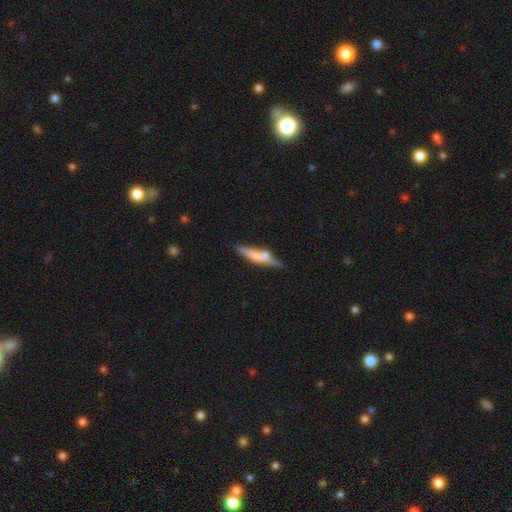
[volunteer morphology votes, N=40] This appears to be a featured or disk galaxy (50%) viewed edge-on (90%) with a rounded central bulge (67%). Merging: none (73%).